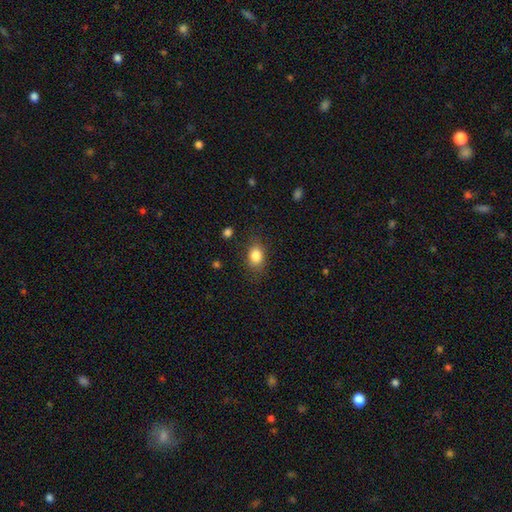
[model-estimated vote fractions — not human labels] Q: Smooth or featured?
A: smooth (84%); runner-up: star or artifact (9%)
Q: How rounded?
A: in between (73%); runner-up: round (25%)
Q: Merging?
A: none (78%); runner-up: minor disturbance (16%)